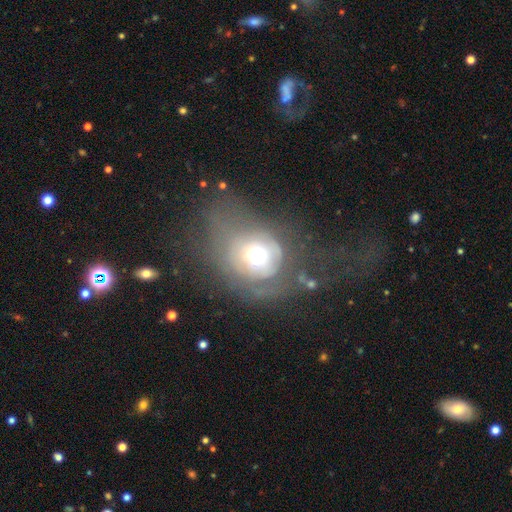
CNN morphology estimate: A smooth galaxy with no disk features (46%).

Vote fractions:
- Smooth or featured? smooth: 46% / featured or disk: 41% / star or artifact: 13%
- Merging? major disturbance: 44% / none: 32% / minor disturbance: 21% / merger: 4%